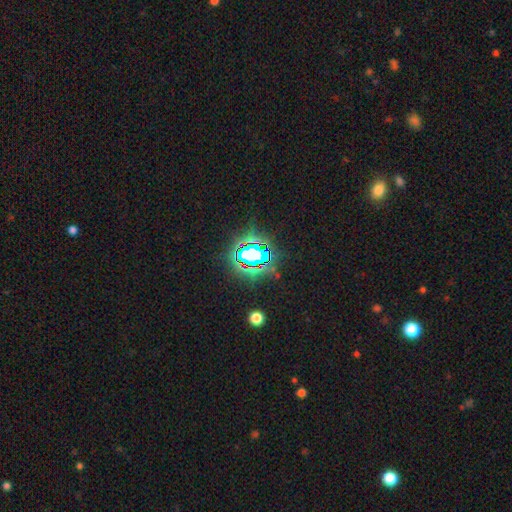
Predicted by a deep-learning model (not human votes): A star or artifact, not a galaxy (73%).

Vote fractions:
- Smooth or featured? star or artifact: 73% / smooth: 14% / featured or disk: 13%